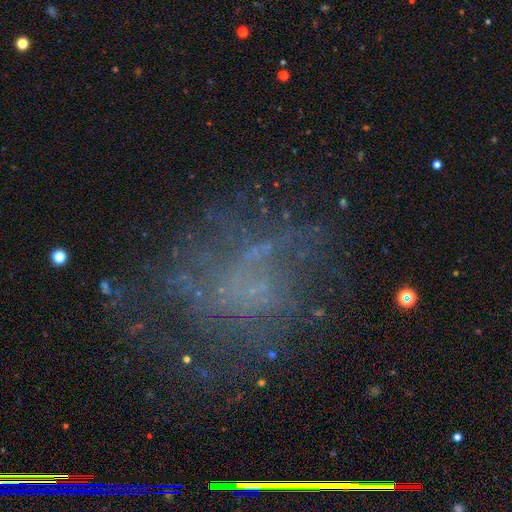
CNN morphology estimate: A featured or disk galaxy (51%).

Vote fractions:
- Smooth or featured? featured or disk: 51% / star or artifact: 27% / smooth: 22%
- Edge-on disk? no: 97% / yes: 3%
- Merging? none: 52% / major disturbance: 28% / minor disturbance: 18% / merger: 3%